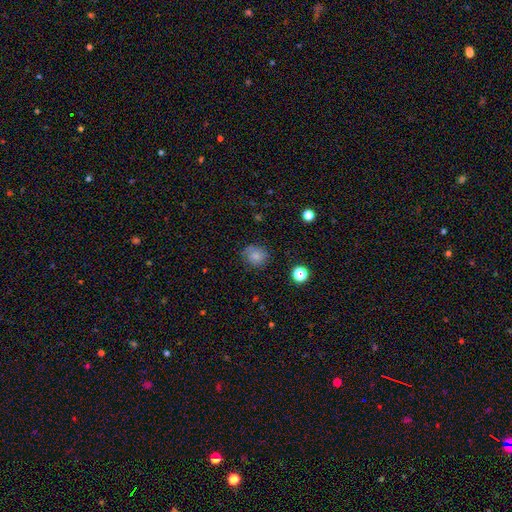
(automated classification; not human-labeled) smooth-or-featured: smooth: 81% | star or artifact: 12% | featured or disk: 7%
  how-rounded: round: 73% | in between: 26% | cigar-shaped: 1%
  merging: none: 77% | minor disturbance: 17% | major disturbance: 4% | merger: 2%